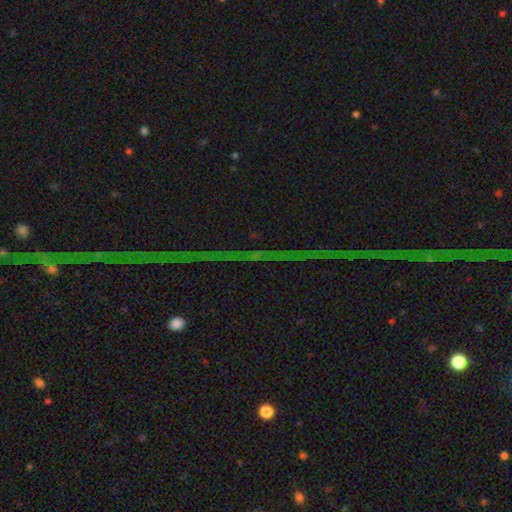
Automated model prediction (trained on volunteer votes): A star or artifact, not a galaxy (83%).

Vote fractions:
- Smooth or featured? star or artifact: 83% / featured or disk: 10% / smooth: 7%